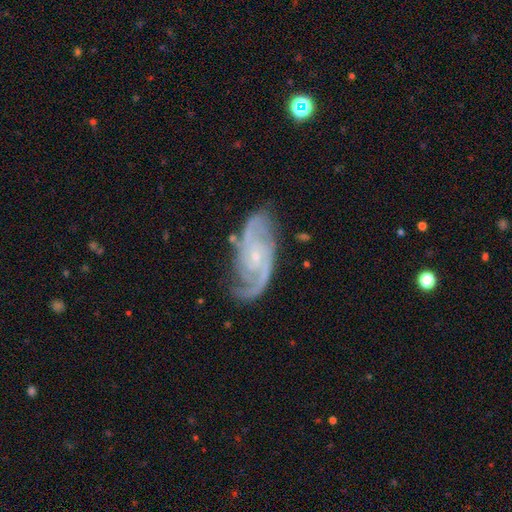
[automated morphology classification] type=featured or disk (90%); edge-on=no (96%); bar=no (65%); spiral arms=yes (98%); winding=medium (49%); arm count=2 (69%); bulge=small (82%); merging=none (73%).